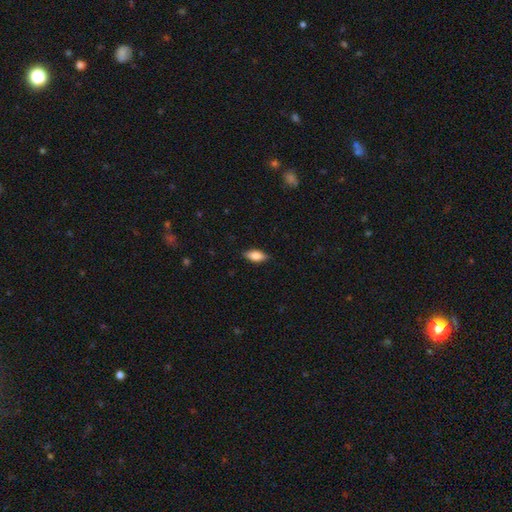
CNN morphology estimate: Smooth or featured: smooth — 77% (featured or disk — 17%)
How rounded: in between — 84% (cigar-shaped — 13%)
Merging: none — 85% (minor disturbance — 12%)